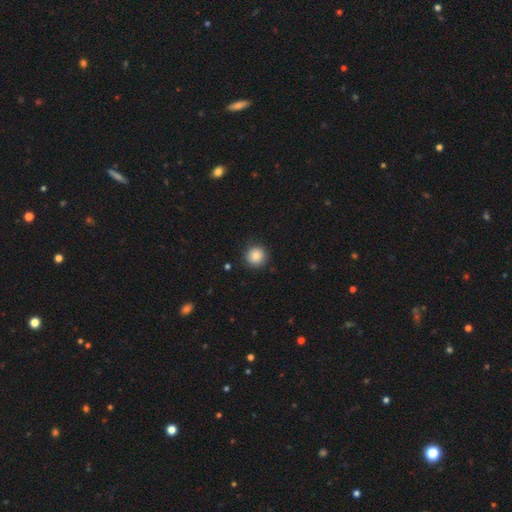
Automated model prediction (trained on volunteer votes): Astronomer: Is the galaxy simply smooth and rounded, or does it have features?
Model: smooth — 85%.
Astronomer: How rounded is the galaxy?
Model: round — 94%.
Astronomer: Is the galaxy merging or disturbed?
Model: none — 89%.